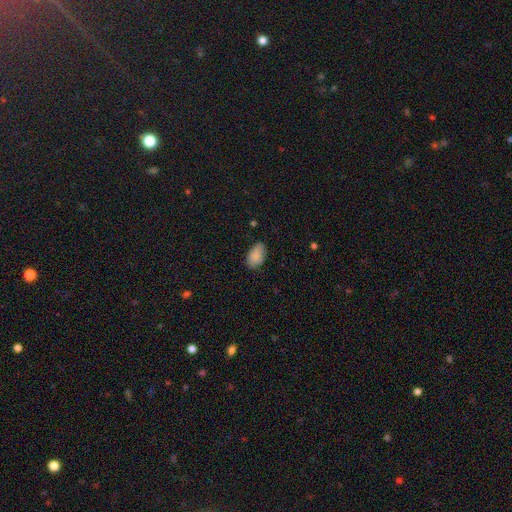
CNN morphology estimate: type=smooth (87%); roundness=in between (92%); merging=none (74%).